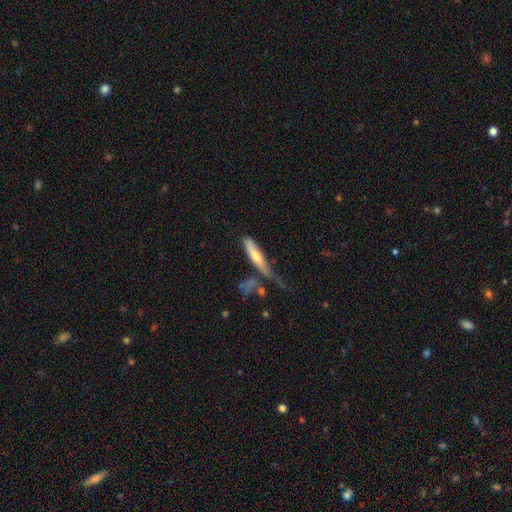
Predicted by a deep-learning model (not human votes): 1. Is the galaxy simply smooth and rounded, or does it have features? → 58% smooth, 36% featured or disk, 6% star or artifact.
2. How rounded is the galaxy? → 84% cigar-shaped, 14% in between, 2% round.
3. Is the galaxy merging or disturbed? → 41% none, 27% minor disturbance, 19% major disturbance, 14% merger.